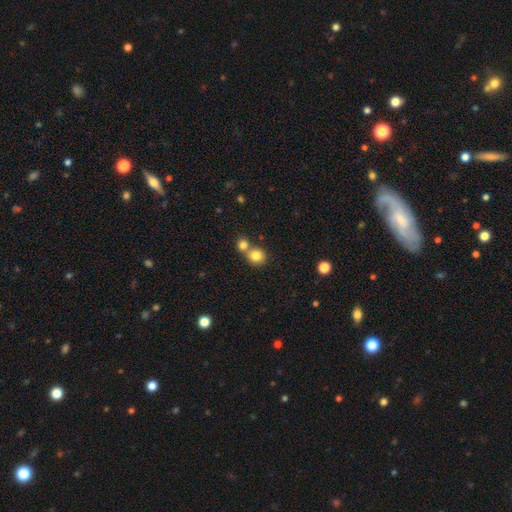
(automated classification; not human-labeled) A smooth galaxy with no disk features (81%) that is round (87%). Merging: none (50%).